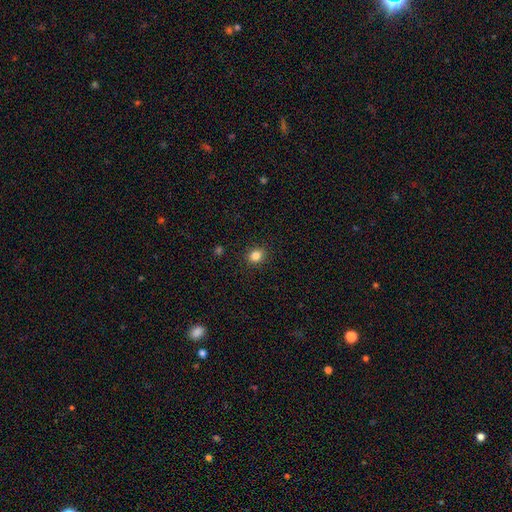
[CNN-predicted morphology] type=smooth (84%); roundness=round (72%); merging=none (91%).